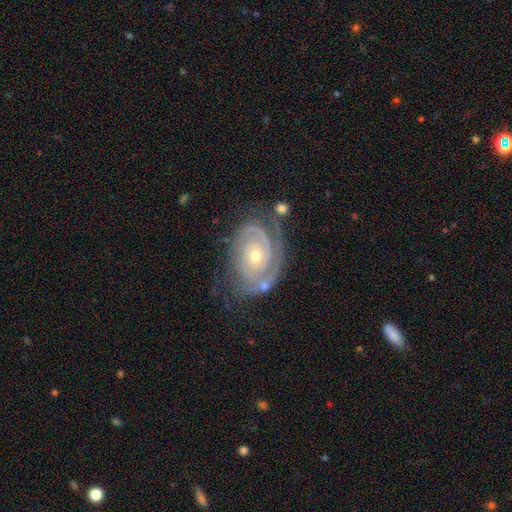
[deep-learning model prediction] Smooth or featured? Predicted: featured or disk (p=0.90). Edge-on disk? Predicted: no (p=0.97). Bar? Predicted: no (p=0.73). Spiral arms? Predicted: yes (p=0.97). Spiral winding? Predicted: tight (p=0.79). Spiral arm count? Predicted: 2 (p=0.62). Bulge size? Predicted: small (p=0.49). Merging? Predicted: none (p=0.68).